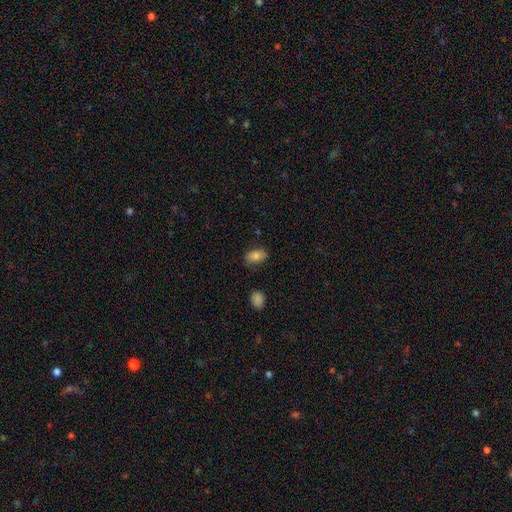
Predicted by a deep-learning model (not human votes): smooth_or_featured: smooth (p=0.80) [alt: featured or disk p=0.11]
how_rounded: in between (p=0.88) [alt: round p=0.10]
merging: none (p=0.76) [alt: minor disturbance p=0.19]